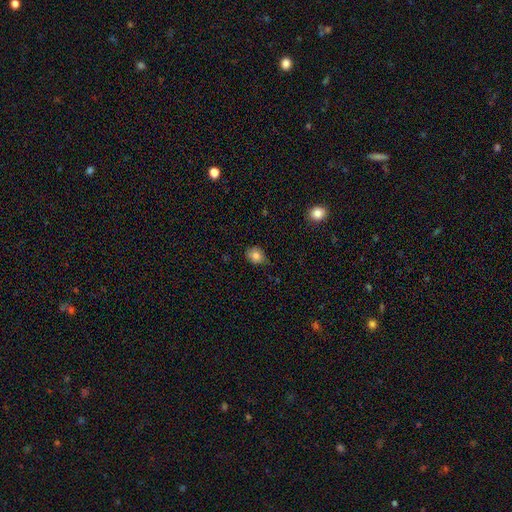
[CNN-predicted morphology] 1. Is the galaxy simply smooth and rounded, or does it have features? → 83% smooth, 10% star or artifact, 7% featured or disk.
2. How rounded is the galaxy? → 62% round, 37% in between, 1% cigar-shaped.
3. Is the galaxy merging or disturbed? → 78% none, 18% minor disturbance, 3% major disturbance, 1% merger.